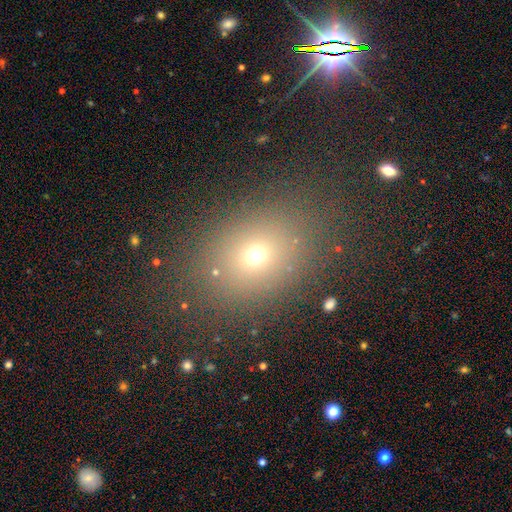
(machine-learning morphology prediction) type=smooth (65%); roundness=in between (54%); merging=none (82%).